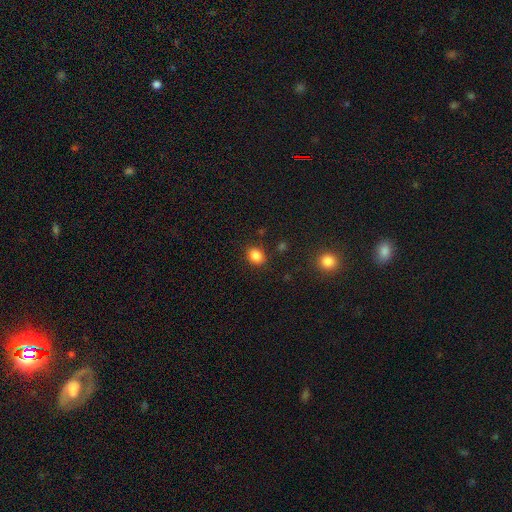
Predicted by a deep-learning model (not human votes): The model was most divided on "how rounded": in between: 54%, round: 45%, cigar-shaped: 1%. More confident: merging — none (85%); smooth or featured — smooth (85%).